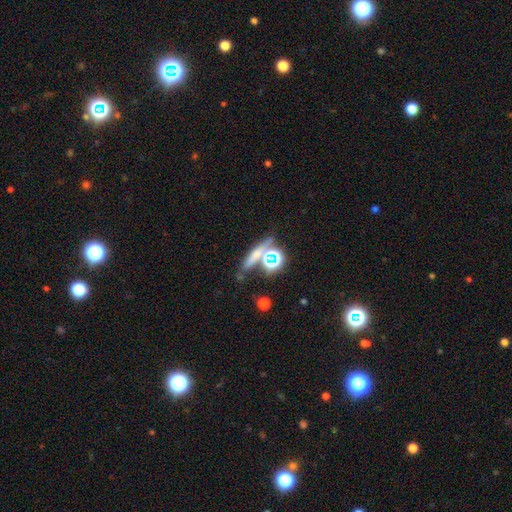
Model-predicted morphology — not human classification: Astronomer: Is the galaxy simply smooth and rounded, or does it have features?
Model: star or artifact — 37%, tied with smooth at 37%.